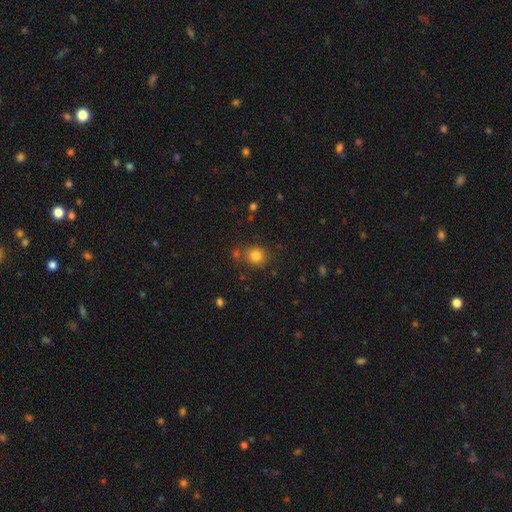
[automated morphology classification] The model was most divided on "merging": none: 76%, minor disturbance: 11%, merger: 10%, major disturbance: 4%. More confident: how rounded — round (84%); smooth or featured — smooth (81%).